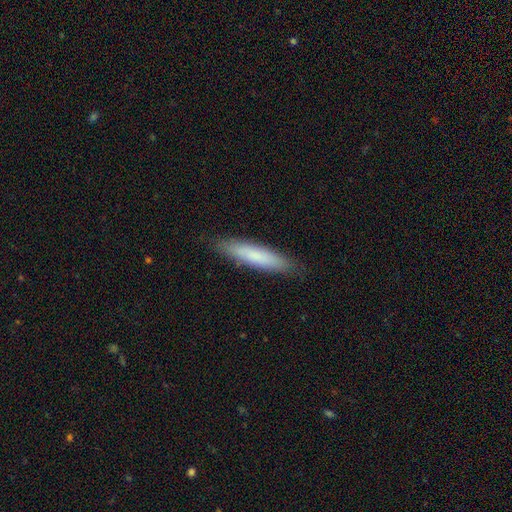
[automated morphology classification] A smooth galaxy with no disk features (76%) that is cigar-shaped (86%). Merging: none (88%).